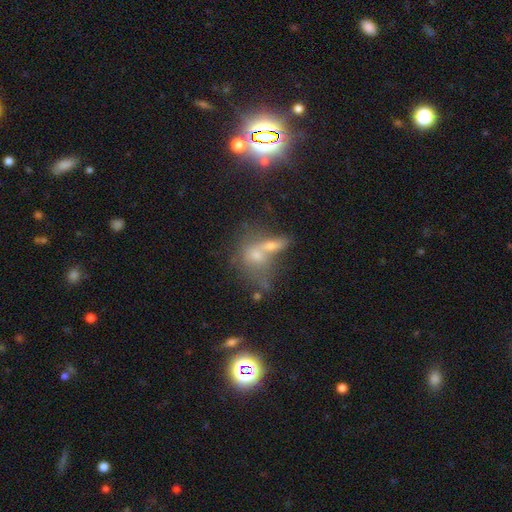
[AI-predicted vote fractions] A smooth galaxy with no disk features (60%) that is in between round and cigar-shaped (58%).

Vote fractions:
- Smooth or featured? smooth: 60% / featured or disk: 27% / star or artifact: 13%
- How rounded? in between: 58% / round: 34% / cigar-shaped: 8%
- Merging? merger: 59% / none: 21% / major disturbance: 10% / minor disturbance: 9%